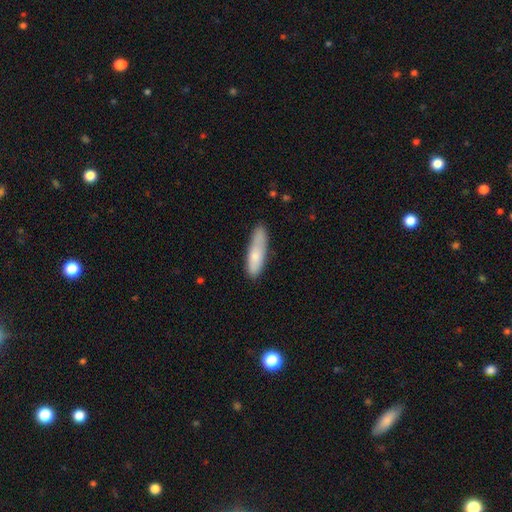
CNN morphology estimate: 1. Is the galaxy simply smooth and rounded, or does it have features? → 75% smooth, 18% featured or disk, 6% star or artifact.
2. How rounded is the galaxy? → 67% cigar-shaped, 31% in between, 2% round.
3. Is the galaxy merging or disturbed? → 74% none, 20% minor disturbance, 4% major disturbance, 2% merger.